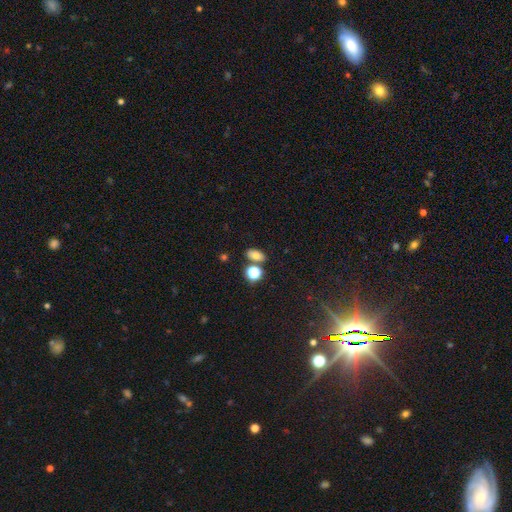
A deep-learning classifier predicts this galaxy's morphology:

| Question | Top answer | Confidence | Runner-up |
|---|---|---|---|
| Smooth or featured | smooth | 75% | star or artifact (15%) |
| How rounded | in between | 80% | round (18%) |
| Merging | none | 71% | merger (15%) |